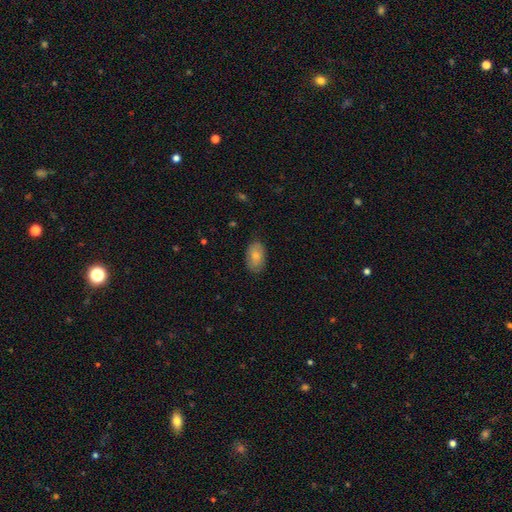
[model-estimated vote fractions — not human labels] smooth 75%, featured or disk 18%, star or artifact 7%. Down the decision tree: how rounded — in between (92%); merging — none (82%).